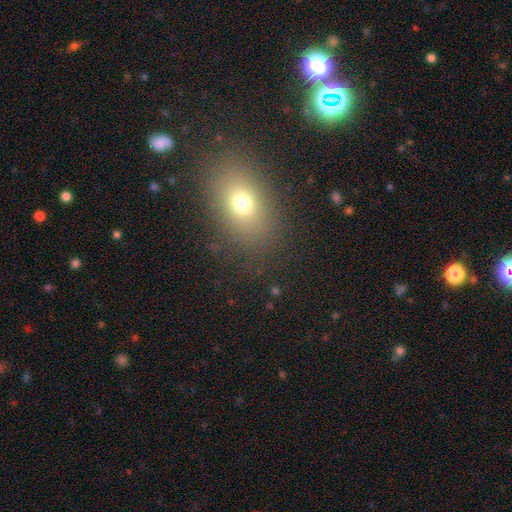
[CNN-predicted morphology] The model was most divided on "smooth or featured": smooth: 67%, star or artifact: 21%, featured or disk: 12%. More confident: merging — none (86%); how rounded — in between (73%).